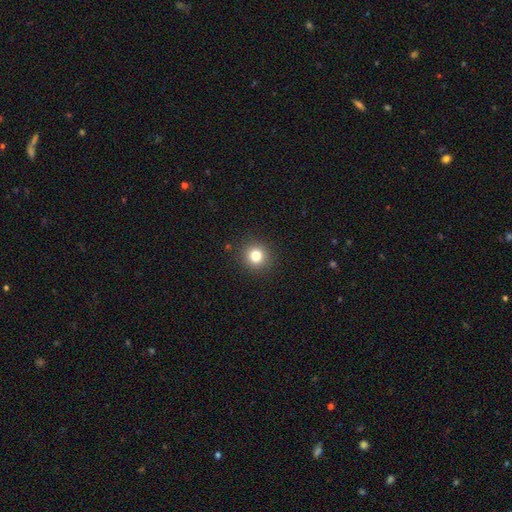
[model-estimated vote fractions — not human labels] Smooth or featured? Predicted: smooth (p=0.80). How rounded? Predicted: round (p=0.92). Merging? Predicted: none (p=0.91).